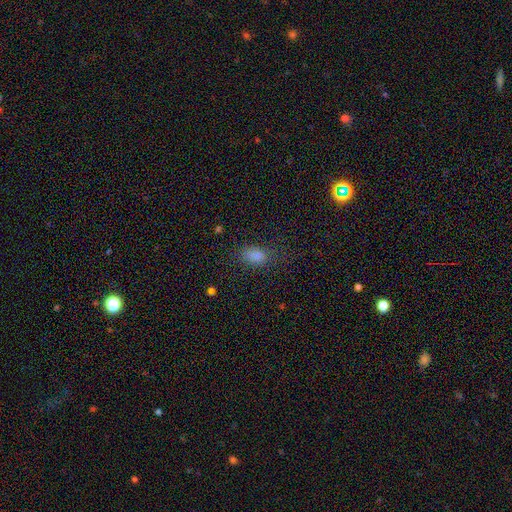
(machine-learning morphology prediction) smooth-or-featured: smooth: 80% | star or artifact: 14% | featured or disk: 6%
  how-rounded: in between: 85% | round: 12% | cigar-shaped: 3%
  merging: none: 66% | minor disturbance: 21% | major disturbance: 11% | merger: 2%